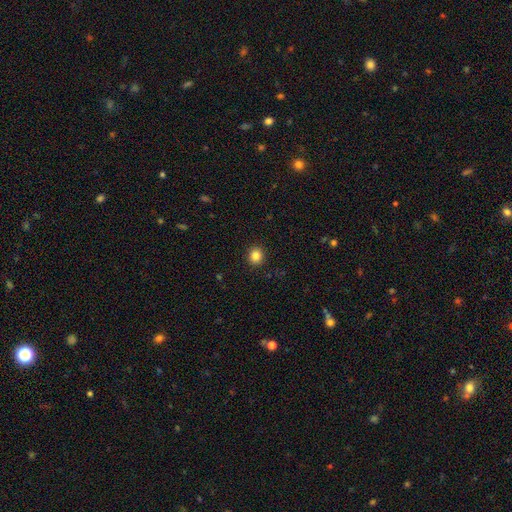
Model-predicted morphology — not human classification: A smooth galaxy with no disk features (84%) that is round (85%).

Vote fractions:
- Smooth or featured? smooth: 84% / star or artifact: 11% / featured or disk: 5%
- How rounded? round: 85% / in between: 14% / cigar-shaped: 1%
- Merging? none: 92% / minor disturbance: 5% / major disturbance: 2% / merger: 1%